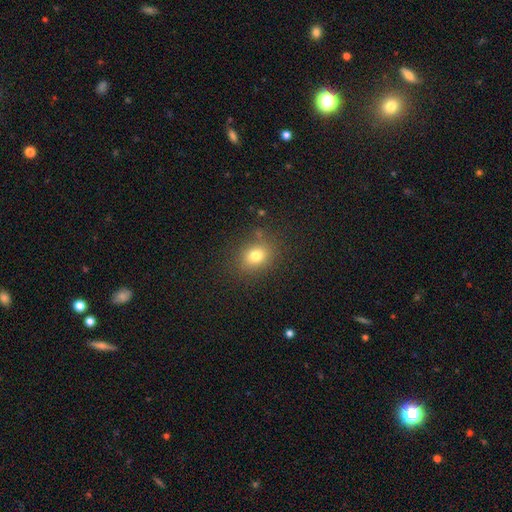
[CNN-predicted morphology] Q: Smooth or featured?
A: smooth (76%); runner-up: star or artifact (14%)
Q: How rounded?
A: round (52%); runner-up: in between (47%)
Q: Merging?
A: none (81%); runner-up: minor disturbance (12%)